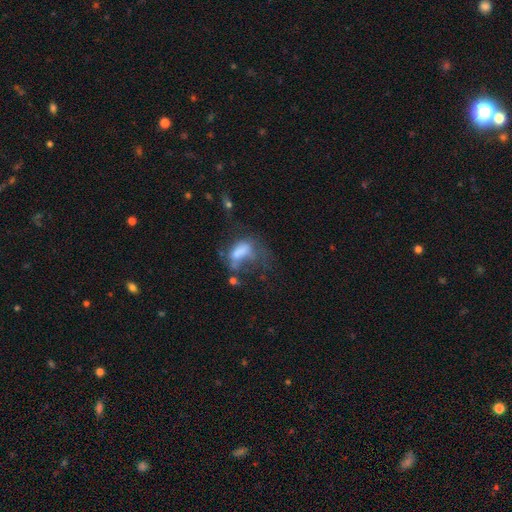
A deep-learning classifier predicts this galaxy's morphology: Overall: smooth (39%; featured or disk 38%). Merging: major disturbance (45%; none 27%).